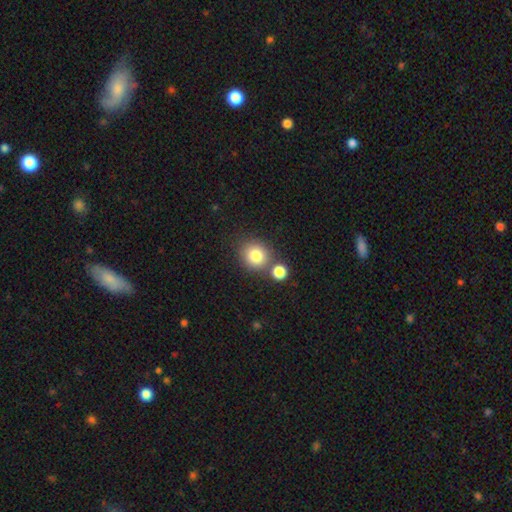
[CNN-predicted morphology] Smooth or featured? smooth (81%)
How rounded? round (85%)
Merging? none (68%)